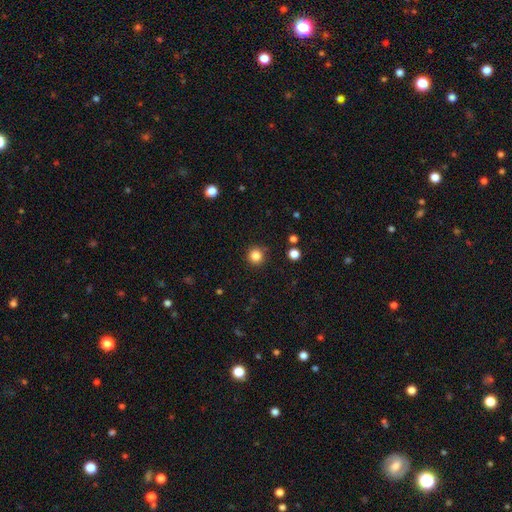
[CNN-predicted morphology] Smooth or featured? Predicted: smooth (p=0.84). How rounded? Predicted: round (p=0.94). Merging? Predicted: none (p=0.88).